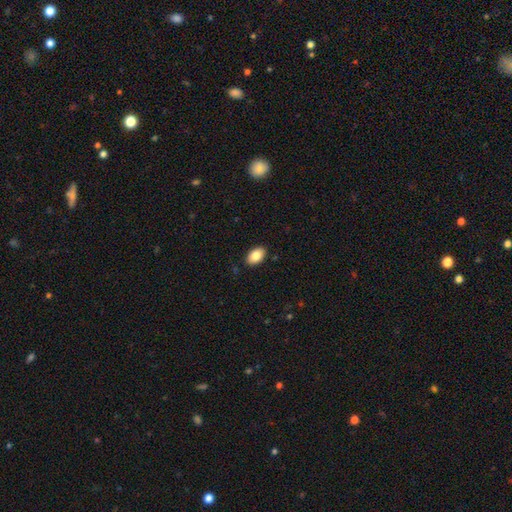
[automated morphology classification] Overall: smooth (84%). How rounded: in between (92%). Merging: none (89%).